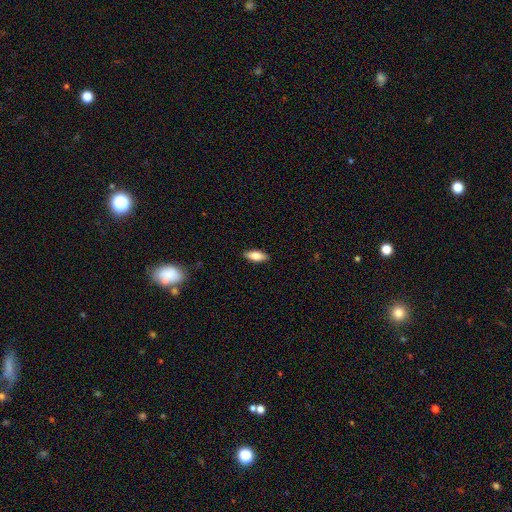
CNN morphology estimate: This appears to be a smooth galaxy with no disk features (75%) that is in between round and cigar-shaped (79%). Merging: none (89%).